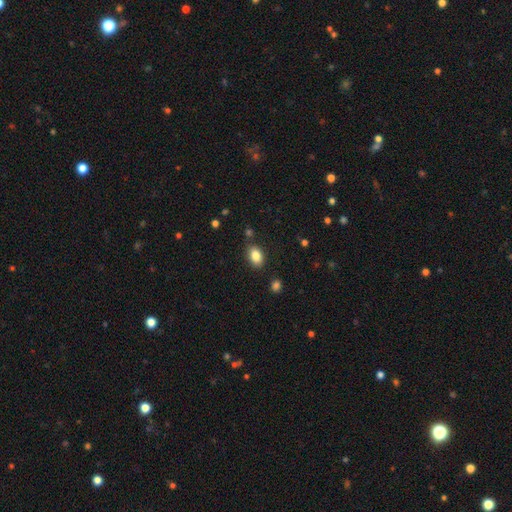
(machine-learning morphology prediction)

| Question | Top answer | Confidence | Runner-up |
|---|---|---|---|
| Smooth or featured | smooth | 85% | star or artifact (9%) |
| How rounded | in between | 87% | round (11%) |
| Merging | none | 82% | minor disturbance (11%) |